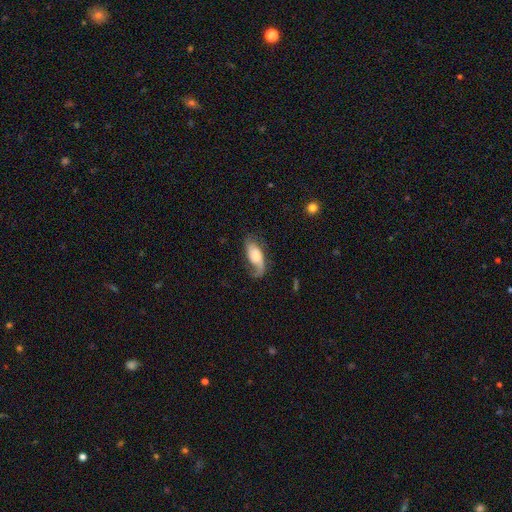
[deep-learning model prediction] Smooth or featured? featured or disk (64%)
Edge-on disk? no (92%)
Bar? no (63%)
Spiral arms? yes (91%)
Spiral winding? loose (49%)
Spiral arm count? 2 (56%)
Bulge size? moderate (33%)
Merging? none (53%)